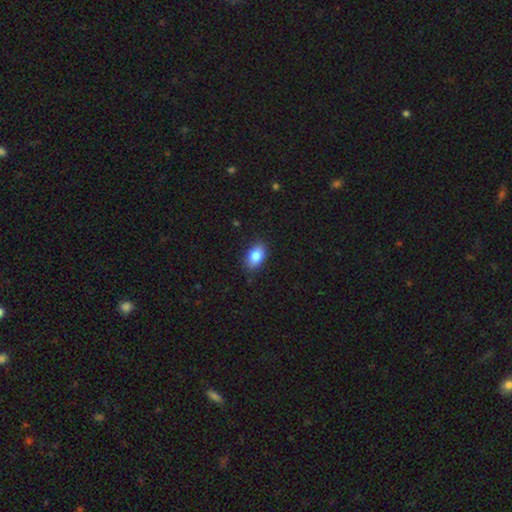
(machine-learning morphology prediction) This appears to be a smooth galaxy with no disk features (85%) that is in between round and cigar-shaped (88%). Merging: none (84%).